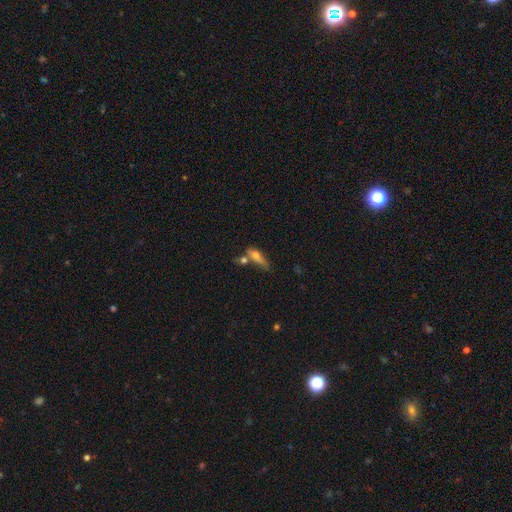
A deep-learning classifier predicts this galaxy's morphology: smooth 55%, featured or disk 36%, star or artifact 9%. Down the decision tree: how rounded — cigar-shaped (56%); merging — none (38%).